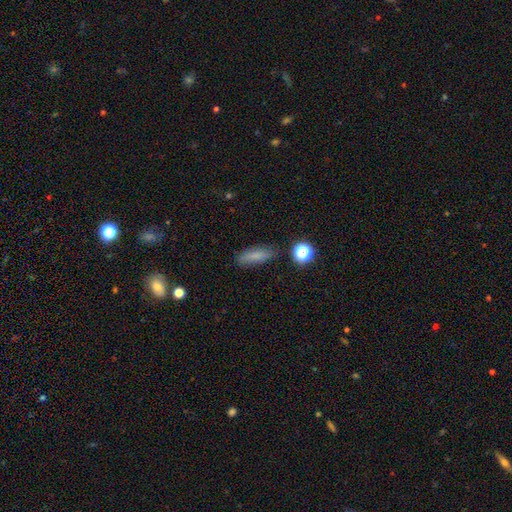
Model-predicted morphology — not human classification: type=smooth (76%); roundness=in between (52%); merging=none (79%).